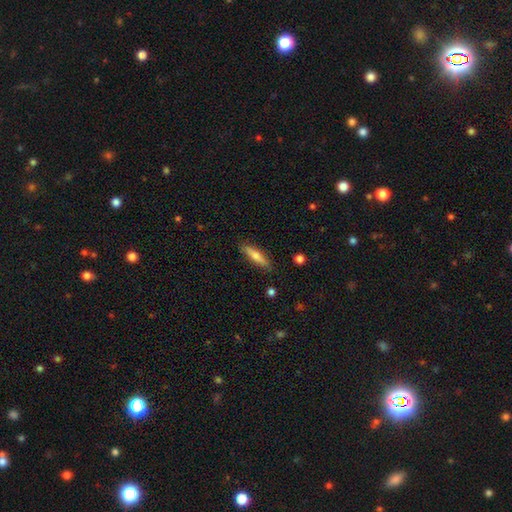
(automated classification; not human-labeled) smooth 57%, featured or disk 37%, star or artifact 6%. Down the decision tree: how rounded — cigar-shaped (79%); merging — none (86%).